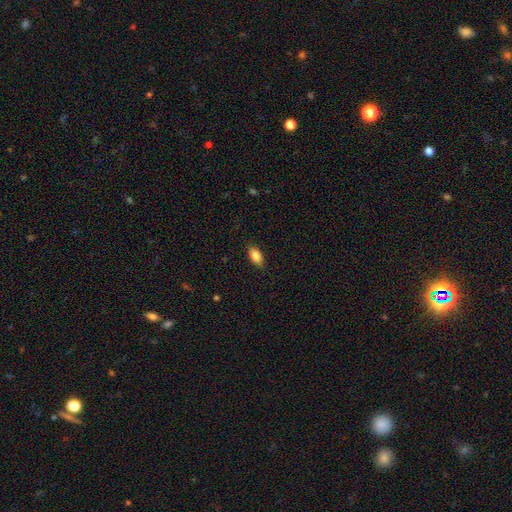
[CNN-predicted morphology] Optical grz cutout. It shows a smooth galaxy with no disk features (83%) that is in between round and cigar-shaped (90%). Merging: none (87%).